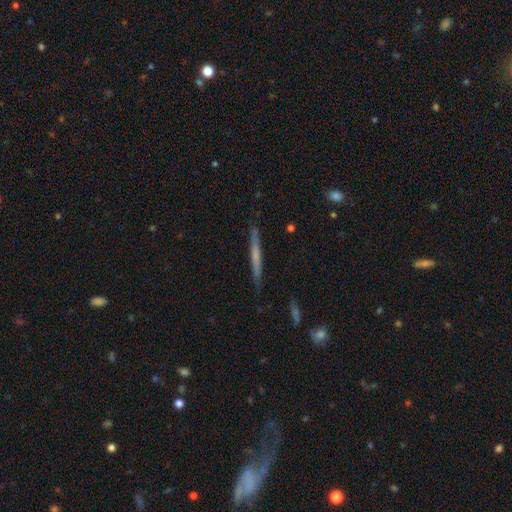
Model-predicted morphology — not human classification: type=featured or disk (51%); edge-on=yes (96%); merging=none (88%).